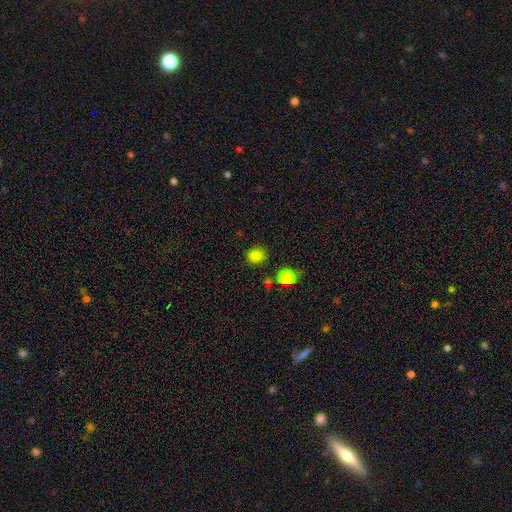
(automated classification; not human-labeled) This is clearly a smooth galaxy (83%). How rounded: likely round (76%). Merging: clearly none (83%).